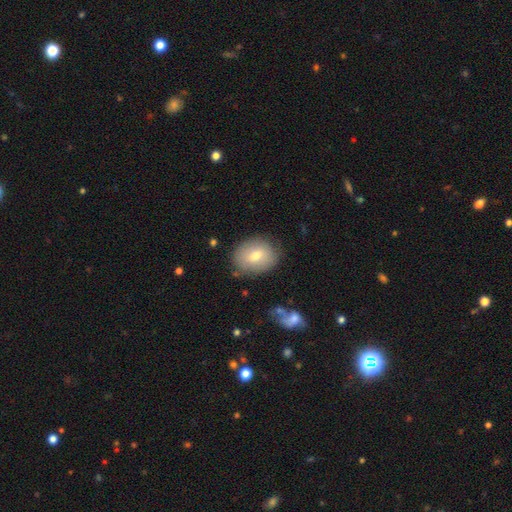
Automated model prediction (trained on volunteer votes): Morphology: type=smooth (71%); roundness=in between (61%); merging=none (79%).